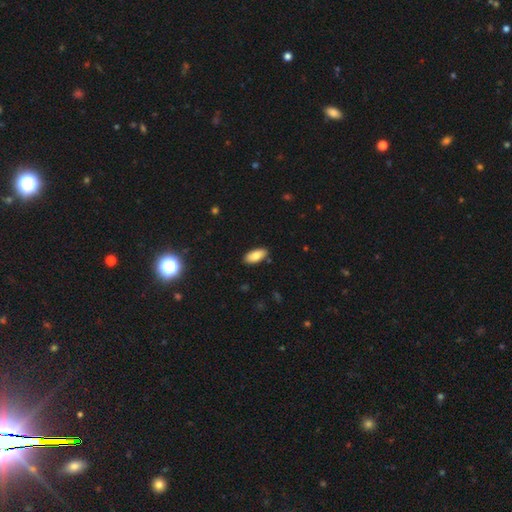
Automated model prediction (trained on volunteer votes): smooth_or_featured: smooth (p=0.81) [alt: featured or disk p=0.12]
how_rounded: in between (p=0.89) [alt: cigar-shaped p=0.09]
merging: none (p=0.88) [alt: minor disturbance p=0.09]